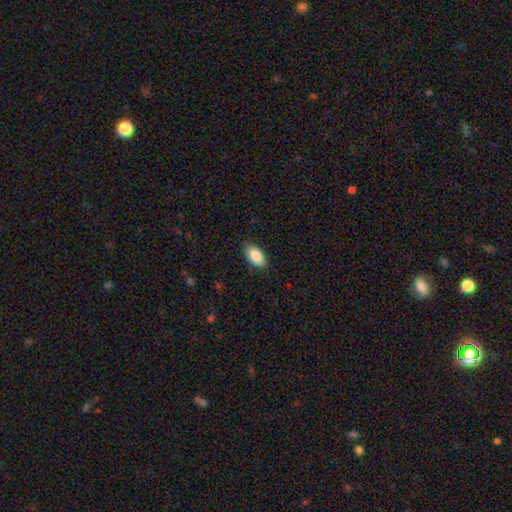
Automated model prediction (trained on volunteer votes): This appears to be a smooth galaxy with no disk features (88%) that is in between round and cigar-shaped (94%). Merging: none (87%).